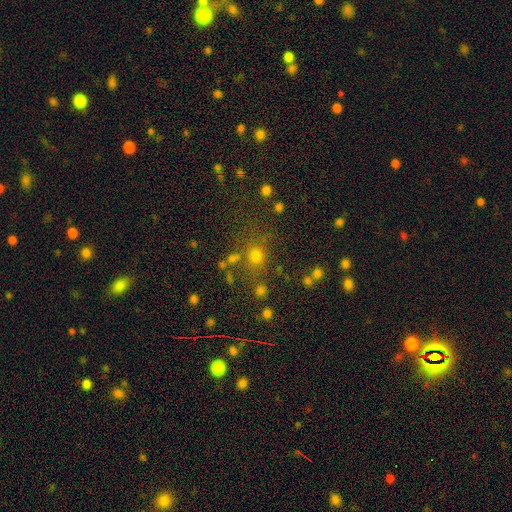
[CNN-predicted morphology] smooth-or-featured: smooth: 67% | star or artifact: 24% | featured or disk: 9%
  how-rounded: round: 80% | in between: 19% | cigar-shaped: 1%
  merging: none: 71% | minor disturbance: 12% | merger: 11% | major disturbance: 6%